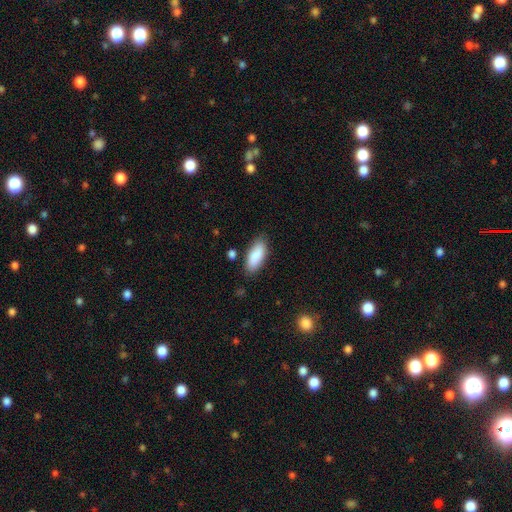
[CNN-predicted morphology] Overall: smooth (88%). How rounded: in between (83%). Merging: none (82%).